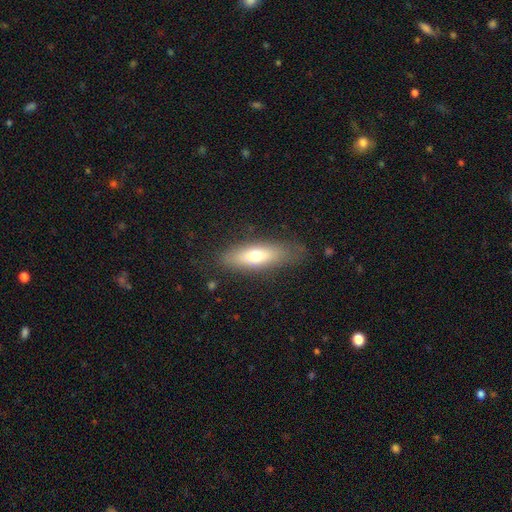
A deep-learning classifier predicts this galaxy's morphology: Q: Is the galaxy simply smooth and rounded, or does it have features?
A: smooth — 64%.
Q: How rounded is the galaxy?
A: in between — 52%.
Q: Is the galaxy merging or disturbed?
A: none — 78%.